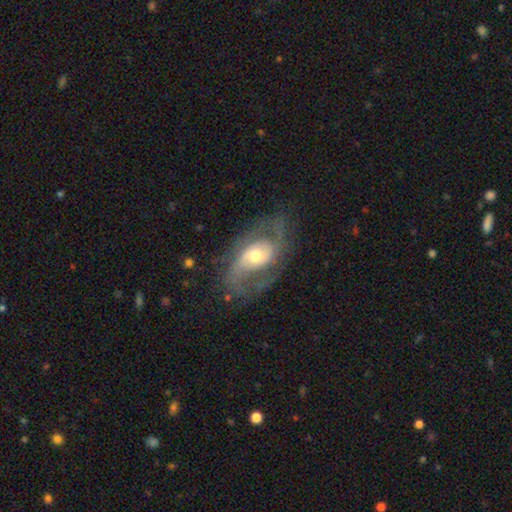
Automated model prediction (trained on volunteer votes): The model was most divided on "spiral winding": medium: 44%, tight: 28%, loose: 28%. More confident: edge-on disk — no (95%); spiral arms — yes (83%); smooth or featured — featured or disk (79%); bulge size — moderate (70%); spiral arm count — 2 (69%); bar — no (65%); merging — none (59%).